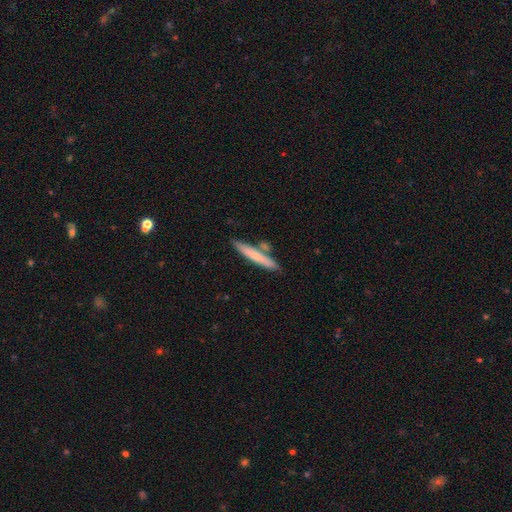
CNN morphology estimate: This is likely a smooth galaxy (68%). How rounded: clearly cigar-shaped (94%). Merging: likely none (74%).